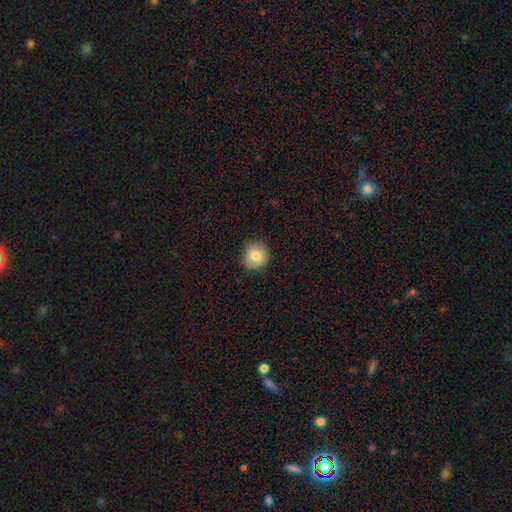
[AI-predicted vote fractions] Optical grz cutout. It shows a smooth galaxy with no disk features (79%) that is round (87%). Merging: none (78%).